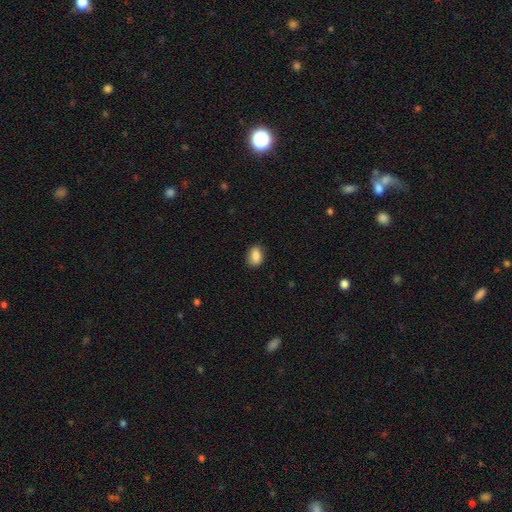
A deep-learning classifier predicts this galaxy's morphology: A smooth galaxy with no disk features (85%) that is in between round and cigar-shaped (77%).

Vote fractions:
- Smooth or featured? smooth: 85% / star or artifact: 8% / featured or disk: 7%
- How rounded? in between: 77% / round: 21% / cigar-shaped: 2%
- Merging? none: 81% / minor disturbance: 15% / major disturbance: 3% / merger: 1%